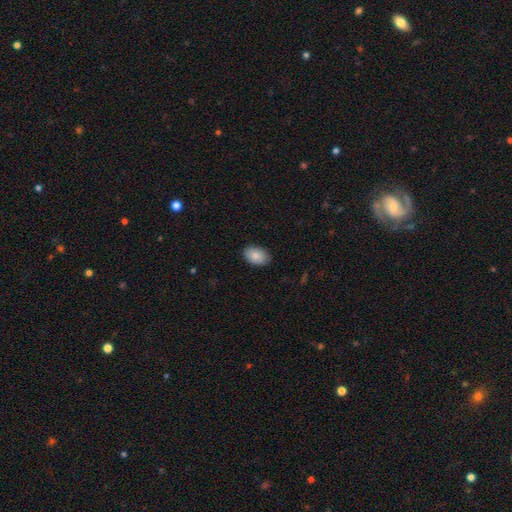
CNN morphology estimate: This appears to be a smooth galaxy with no disk features (86%) that is in between round and cigar-shaped (87%). Merging: none (86%).